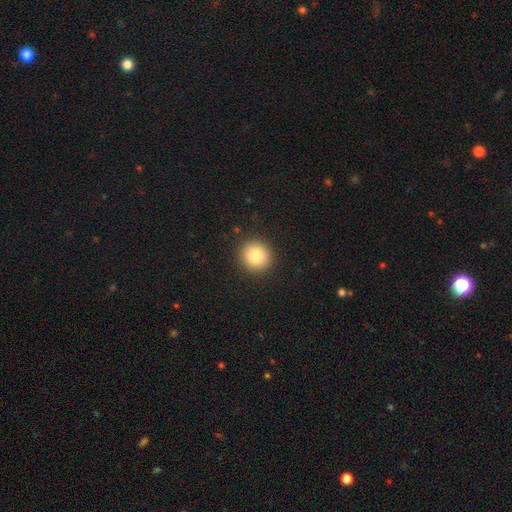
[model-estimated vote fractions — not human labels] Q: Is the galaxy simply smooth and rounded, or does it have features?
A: smooth — 83%.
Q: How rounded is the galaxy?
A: round — 92%.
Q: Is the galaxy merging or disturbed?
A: none — 91%.